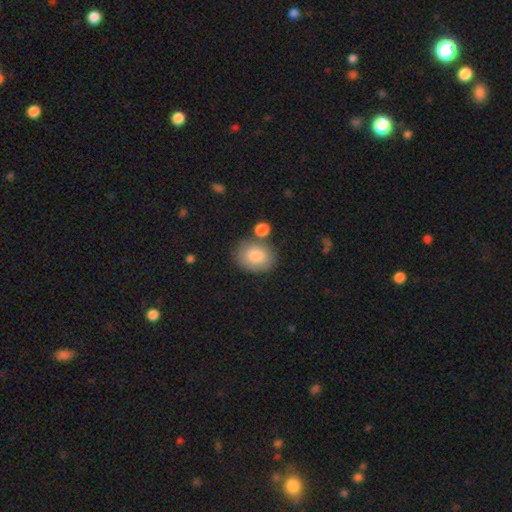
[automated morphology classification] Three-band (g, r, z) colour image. It shows a smooth galaxy with no disk features (81%) that is in between round and cigar-shaped (51%). Merging: none (71%).